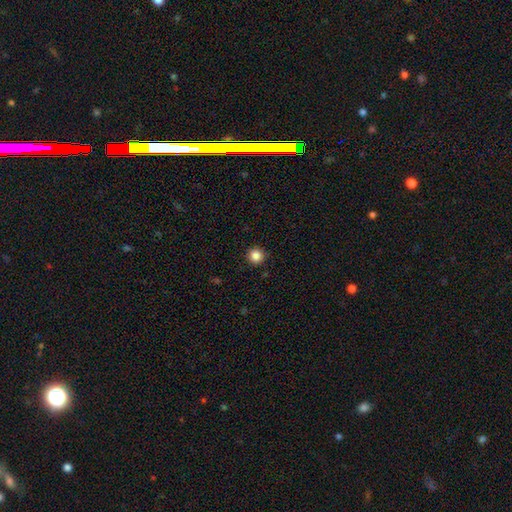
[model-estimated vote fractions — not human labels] smooth_or_featured: smooth (p=0.85) [alt: star or artifact p=0.11]
how_rounded: round (p=0.95) [alt: in between p=0.04]
merging: none (p=0.92) [alt: minor disturbance p=0.05]